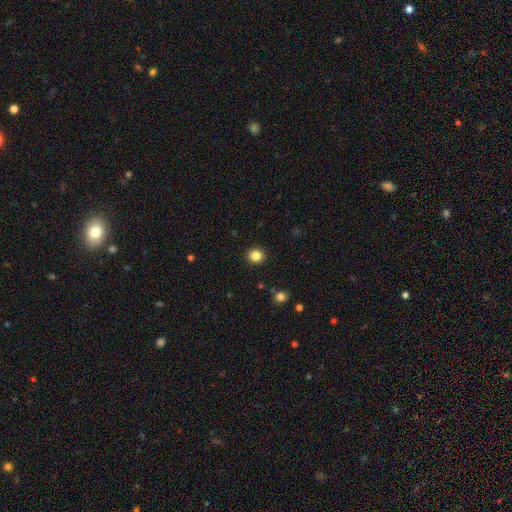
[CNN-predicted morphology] This appears to be a smooth galaxy with no disk features (84%) that is round (88%). Merging: none (92%).